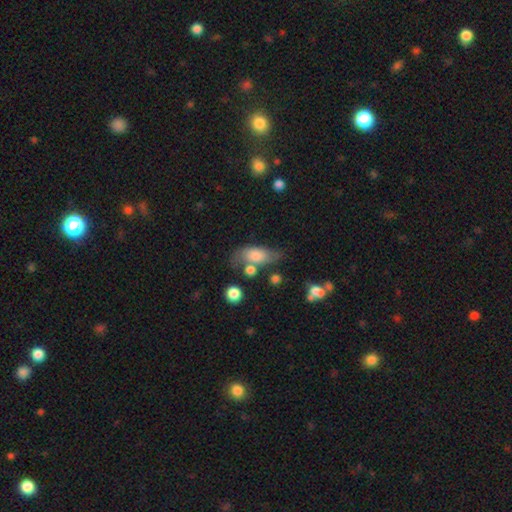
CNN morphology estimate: A smooth galaxy with no disk features (69%) that is in between round and cigar-shaped (81%).

Vote fractions:
- Smooth or featured? smooth: 69% / featured or disk: 22% / star or artifact: 8%
- How rounded? in between: 81% / cigar-shaped: 12% / round: 7%
- Merging? none: 44% / minor disturbance: 26% / merger: 18% / major disturbance: 13%